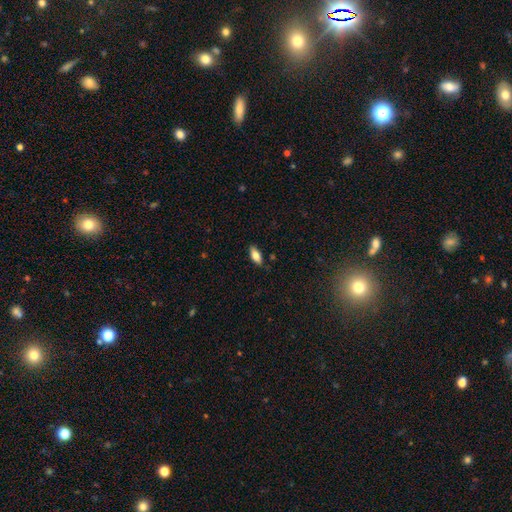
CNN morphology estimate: type=smooth (76%); roundness=in between (81%); merging=none (82%).